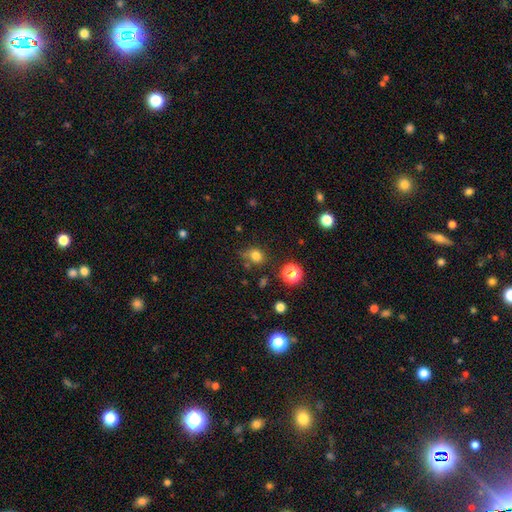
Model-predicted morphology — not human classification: Q: Smooth or featured?
A: smooth (78%); runner-up: star or artifact (16%)
Q: How rounded?
A: round (69%); runner-up: in between (30%)
Q: Merging?
A: none (63%); runner-up: minor disturbance (22%)